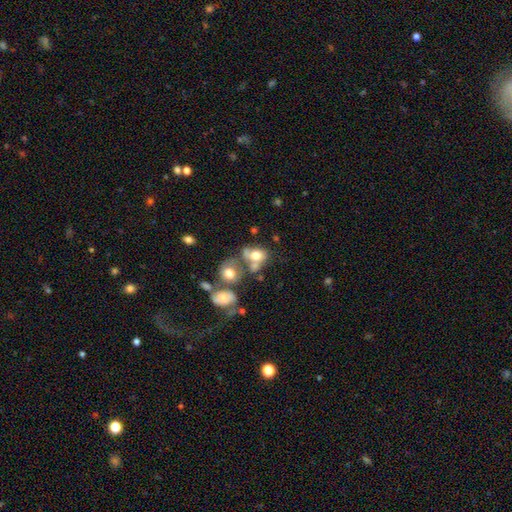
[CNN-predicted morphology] Smooth or featured? smooth (66%)
How rounded? in between (60%)
Merging? merger (41%)